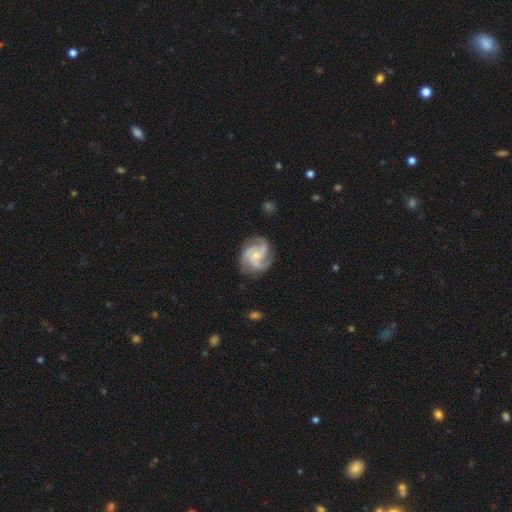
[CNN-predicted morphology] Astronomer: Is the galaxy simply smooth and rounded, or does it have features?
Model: featured or disk — 89%.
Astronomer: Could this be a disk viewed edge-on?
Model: no — 98%.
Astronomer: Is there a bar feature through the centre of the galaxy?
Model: no — 70%.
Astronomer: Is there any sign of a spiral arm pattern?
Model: yes — 98%.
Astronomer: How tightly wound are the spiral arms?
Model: medium — 54% (runner-up: tight, 34%).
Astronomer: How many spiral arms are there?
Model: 3 — 74%.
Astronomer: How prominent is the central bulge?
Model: small — 62%.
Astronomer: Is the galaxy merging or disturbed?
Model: none — 76%.